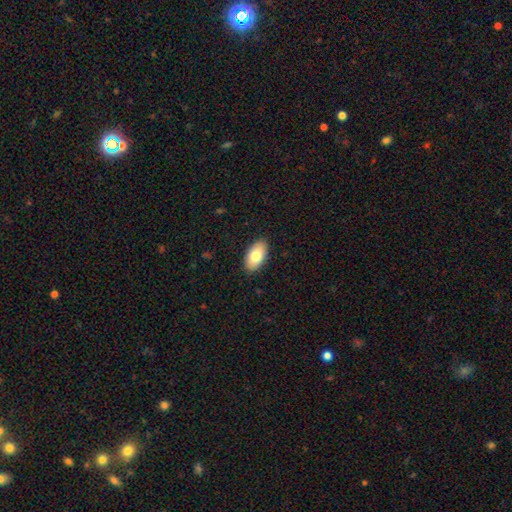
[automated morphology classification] Q: Smooth or featured?
A: smooth (78%); runner-up: featured or disk (16%)
Q: How rounded?
A: in between (95%); runner-up: round (3%)
Q: Merging?
A: none (89%); runner-up: minor disturbance (8%)